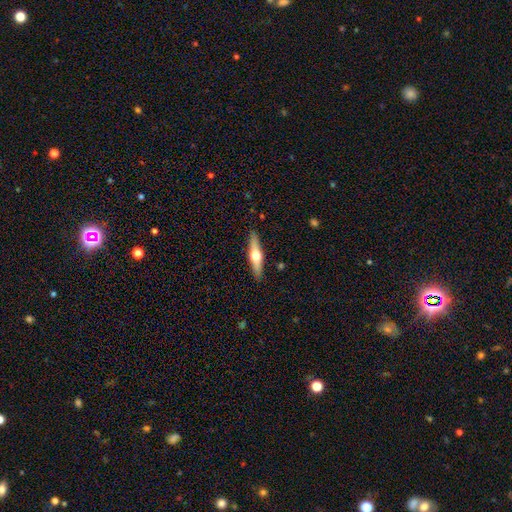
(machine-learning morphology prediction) The model was most divided on "smooth or featured": featured or disk: 60%, smooth: 35%, star or artifact: 5%. More confident: edge-on disk — yes (95%); edge-on bulge — rounded (95%); merging — none (90%).